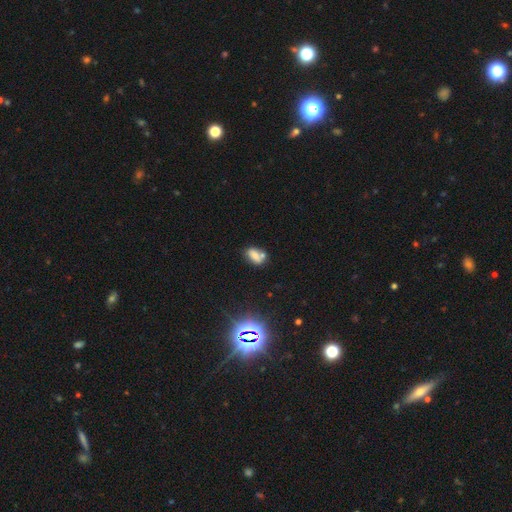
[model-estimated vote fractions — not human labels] Smooth or featured: smooth — 68% (featured or disk — 18%)
How rounded: in between — 82% (round — 12%)
Merging: none — 45% (merger — 31%)